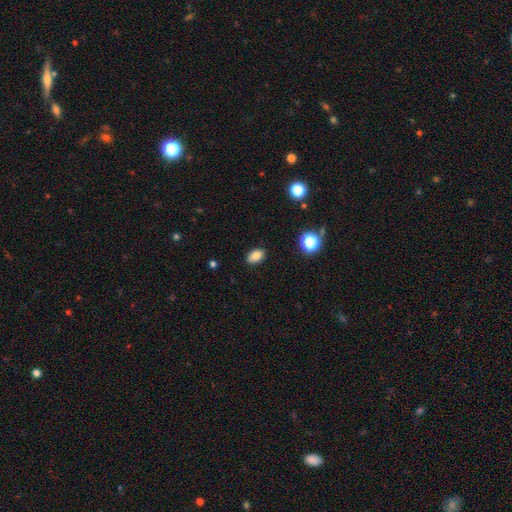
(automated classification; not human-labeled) smooth_or_featured: smooth (p=0.84) [alt: star or artifact p=0.11]
how_rounded: in between (p=0.88) [alt: round p=0.10]
merging: none (p=0.88) [alt: minor disturbance p=0.09]